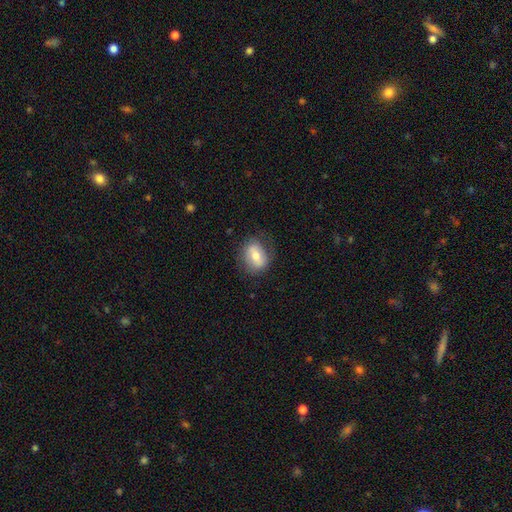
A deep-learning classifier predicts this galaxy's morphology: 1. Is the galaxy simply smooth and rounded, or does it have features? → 61% smooth, 32% featured or disk, 7% star or artifact.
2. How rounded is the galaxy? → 66% in between, 32% round, 2% cigar-shaped.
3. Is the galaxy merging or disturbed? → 73% none, 19% minor disturbance, 7% major disturbance, 1% merger.